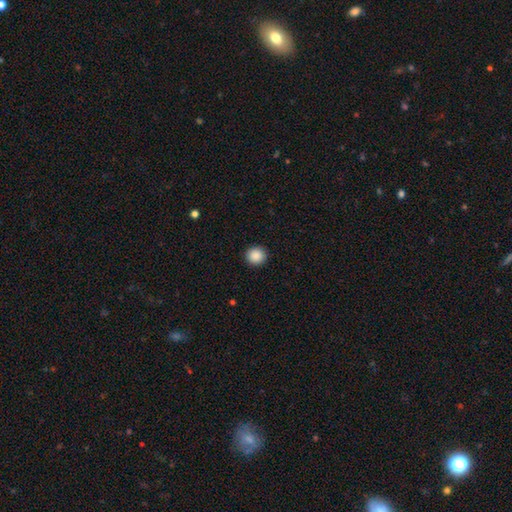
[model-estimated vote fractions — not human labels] Smooth or featured? smooth (89%)
How rounded? round (91%)
Merging? none (92%)